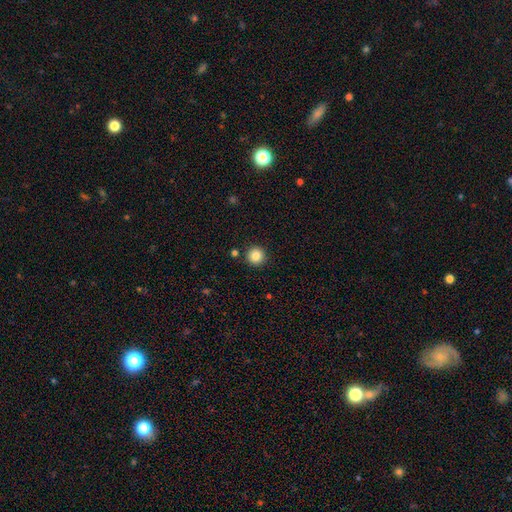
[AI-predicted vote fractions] This appears to be a smooth galaxy with no disk features (85%) that is round (96%). Merging: none (91%).